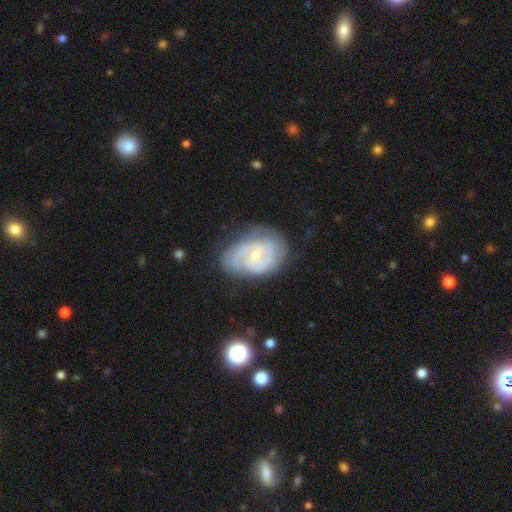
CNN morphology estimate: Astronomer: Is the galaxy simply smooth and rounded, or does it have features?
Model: featured or disk — 85%.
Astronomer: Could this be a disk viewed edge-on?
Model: no — 97%.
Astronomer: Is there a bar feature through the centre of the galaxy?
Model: no — 46% (runner-up: weak, 45%).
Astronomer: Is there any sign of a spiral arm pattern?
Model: yes — 96%.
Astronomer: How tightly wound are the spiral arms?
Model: tight — 50% (runner-up: medium, 41%).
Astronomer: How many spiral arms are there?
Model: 2 — 64%.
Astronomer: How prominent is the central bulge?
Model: small — 68%.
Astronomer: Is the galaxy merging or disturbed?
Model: none — 70%.